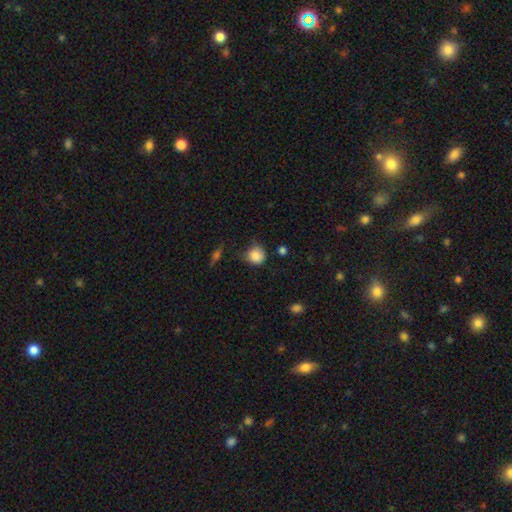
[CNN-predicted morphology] This is clearly a smooth galaxy (85%). How rounded: clearly round (84%). Merging: possibly none (59%).